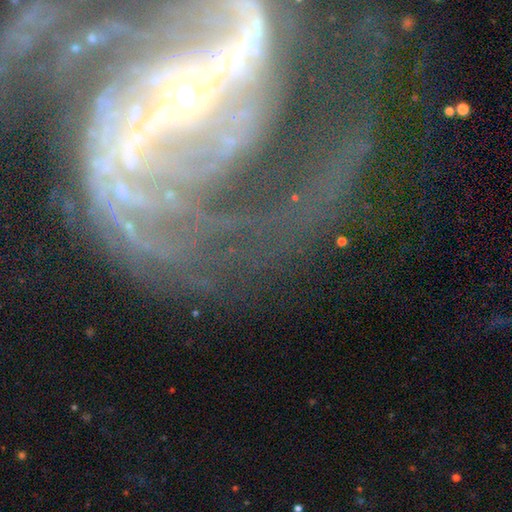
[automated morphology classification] smooth-or-featured: featured or disk: 90% | star or artifact: 7% | smooth: 3%
  disk-edge-on: no: 97% | yes: 3%
    bar: strong: 69% | weak: 20% | no: 11%
    has-spiral-arms: yes: 95% | no: 5%
      spiral-winding: medium: 41% | loose: 36% | tight: 23%
      spiral-arm-count: 2: 63% | can't tell: 10% | 3: 9% | 1: 6% | 4: 6% | more than 4: 5%
    bulge-size: small: 81% | moderate: 14% | none: 2% | large: 2% | dominant: 1%
  merging: none: 42% | major disturbance: 35% | minor disturbance: 16% | merger: 6%